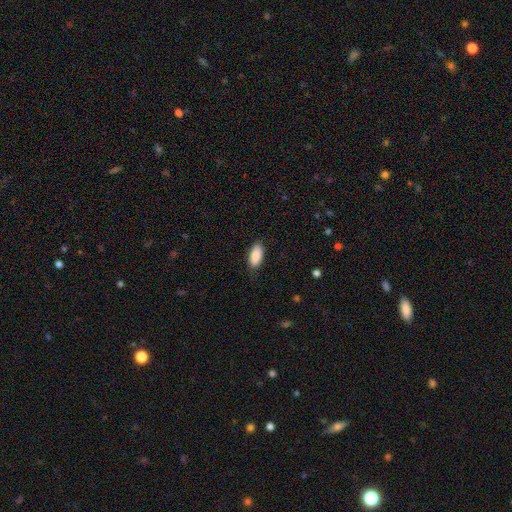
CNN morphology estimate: smooth 89%, star or artifact 6%, featured or disk 5%. Down the decision tree: how rounded — in between (89%); merging — none (84%).